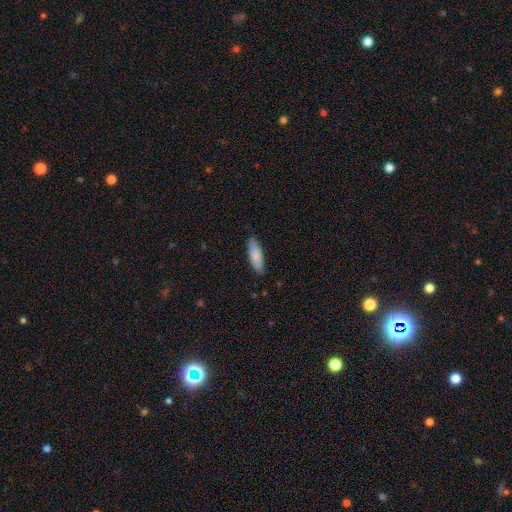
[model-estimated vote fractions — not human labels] Morphology: type=smooth (85%); roundness=in between (55%); merging=none (85%).